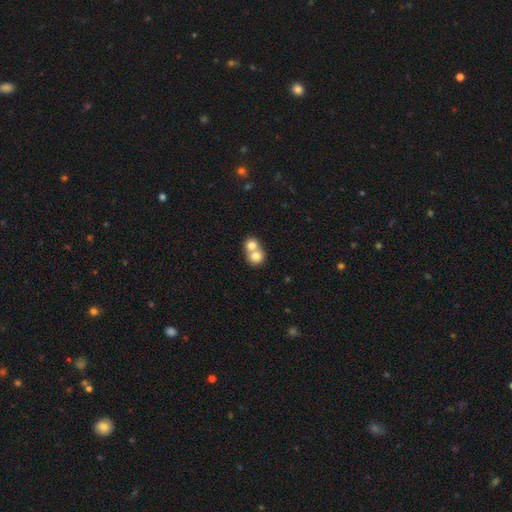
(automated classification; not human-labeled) smooth_or_featured: smooth (p=0.75) [alt: featured or disk p=0.17]
how_rounded: round (p=0.79) [alt: in between p=0.20]
merging: merger (p=0.69) [alt: none p=0.25]